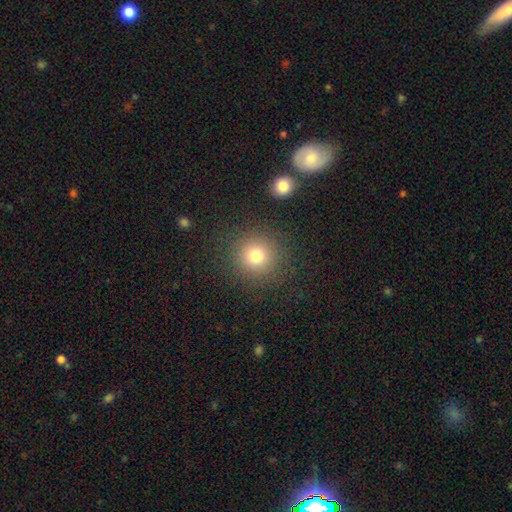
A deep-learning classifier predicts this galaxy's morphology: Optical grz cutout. It shows a smooth galaxy with no disk features (77%) that is round (93%). Merging: none (88%).